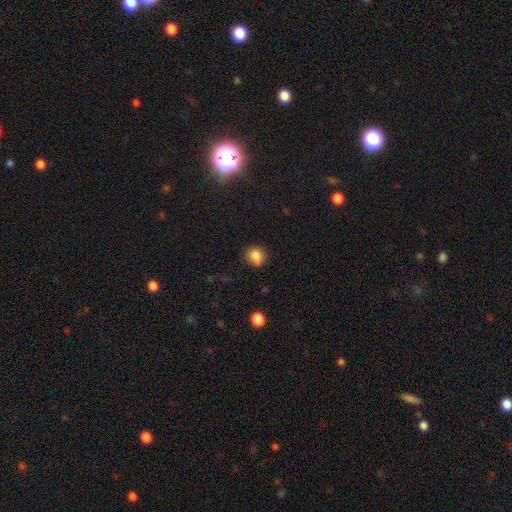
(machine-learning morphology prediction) This appears to be a smooth galaxy with no disk features (83%) that is round (78%). Merging: none (73%).